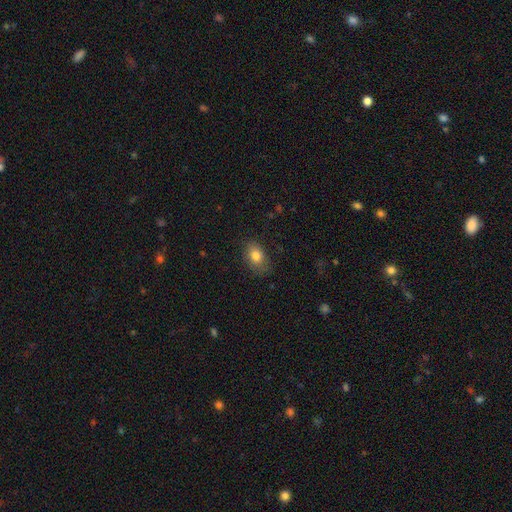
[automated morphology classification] Q: Smooth or featured?
A: smooth (80%); runner-up: featured or disk (11%)
Q: How rounded?
A: in between (80%); runner-up: round (18%)
Q: Merging?
A: none (73%); runner-up: minor disturbance (20%)